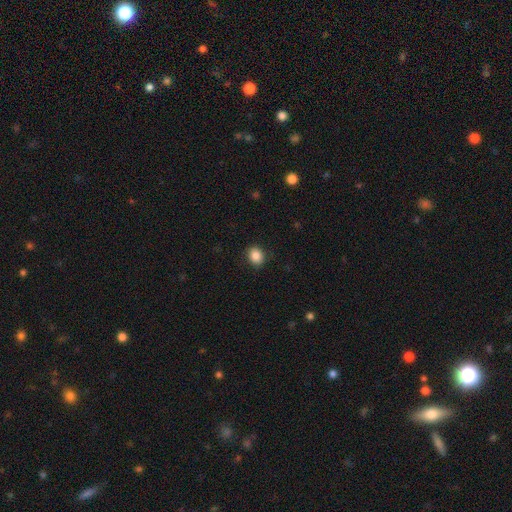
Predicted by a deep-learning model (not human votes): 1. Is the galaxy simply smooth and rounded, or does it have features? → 86% smooth, 9% star or artifact, 5% featured or disk.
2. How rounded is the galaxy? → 63% round, 37% in between, 1% cigar-shaped.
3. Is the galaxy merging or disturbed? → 88% none, 8% minor disturbance, 2% major disturbance, 1% merger.